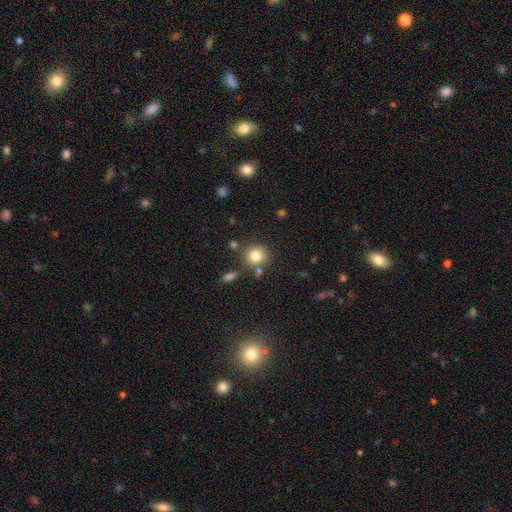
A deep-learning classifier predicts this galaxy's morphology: Overall: smooth (81%). How rounded: round (87%). Merging: none (75%).